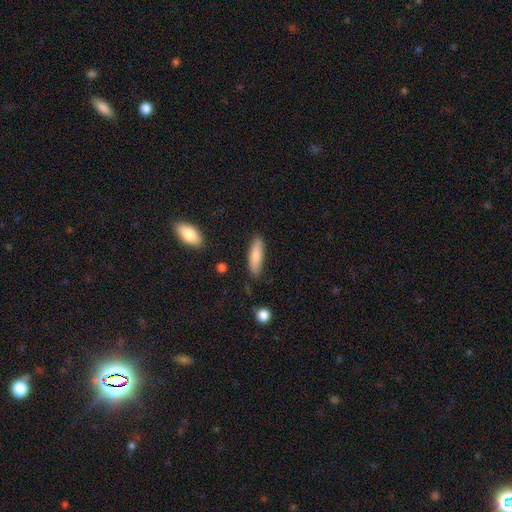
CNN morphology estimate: This is clearly a smooth galaxy (84%). How rounded: possibly cigar-shaped (60%). Merging: clearly none (84%).